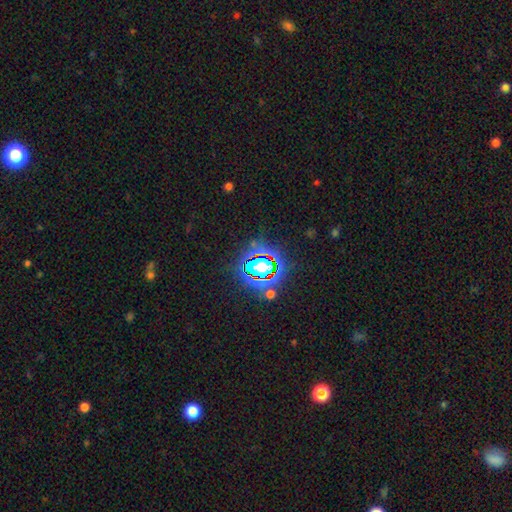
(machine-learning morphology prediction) A star or artifact, not a galaxy (83%).